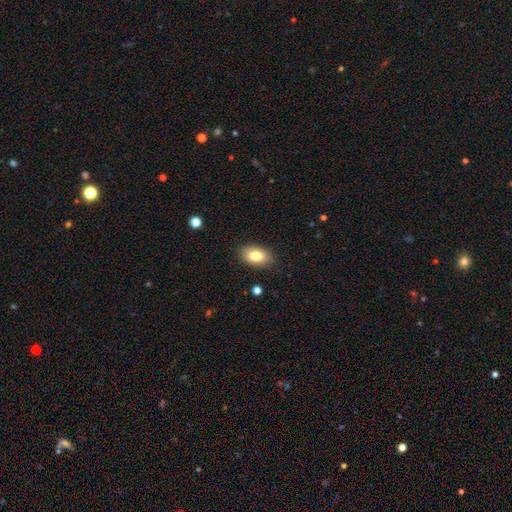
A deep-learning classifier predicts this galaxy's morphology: type=smooth (81%); roundness=in between (88%); merging=none (87%).